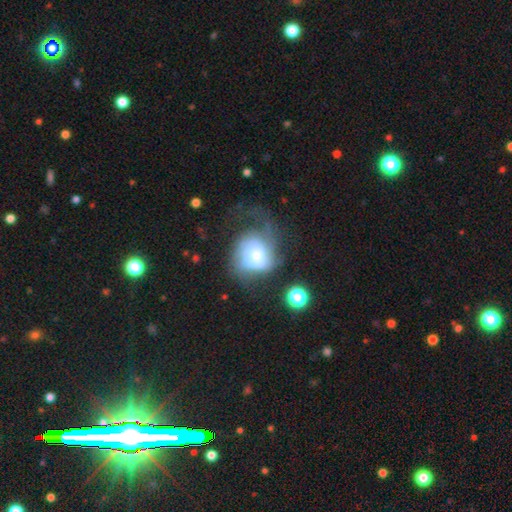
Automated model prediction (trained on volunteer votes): Smooth or featured? Predicted: featured or disk (p=0.61). Edge-on disk? Predicted: no (p=0.97). Bar? Predicted: no (p=0.68). Spiral arms? Predicted: yes (p=0.72). Bulge size? Predicted: moderate (p=0.44). Merging? Predicted: major disturbance (p=0.46).